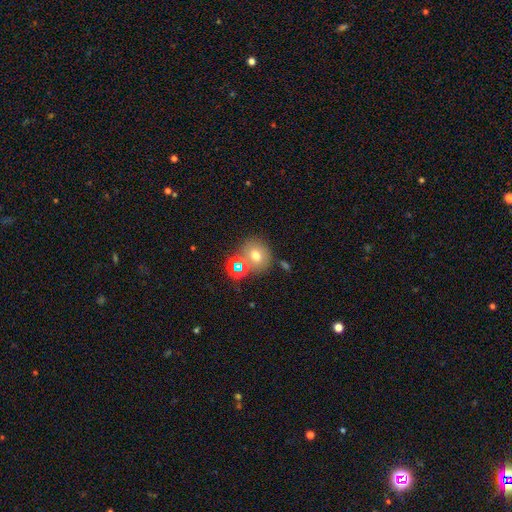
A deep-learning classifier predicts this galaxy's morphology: Q: Smooth or featured?
A: smooth (66%); runner-up: star or artifact (19%)
Q: How rounded?
A: round (76%); runner-up: in between (23%)
Q: Merging?
A: none (65%); runner-up: merger (19%)